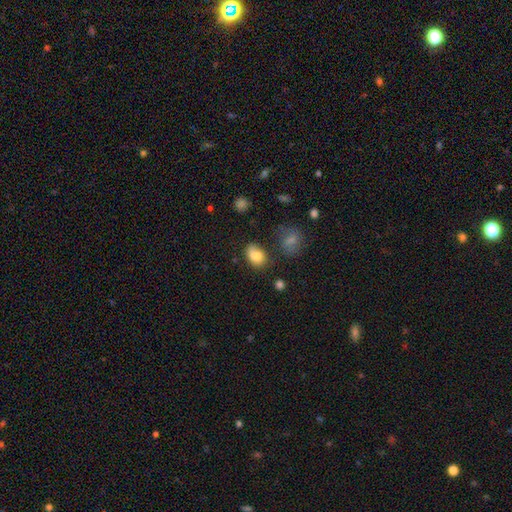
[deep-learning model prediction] Smooth or featured: smooth — 81% (star or artifact — 10%)
How rounded: in between — 75% (round — 23%)
Merging: none — 49% (minor disturbance — 26%)